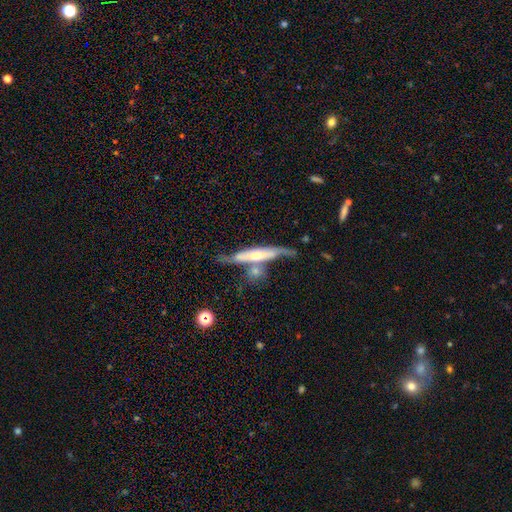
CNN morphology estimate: Smooth or featured: featured or disk — 62% (smooth — 32%)
Edge-on disk: yes — 73% (no — 27%)
Merging: none — 43% (merger — 28%)